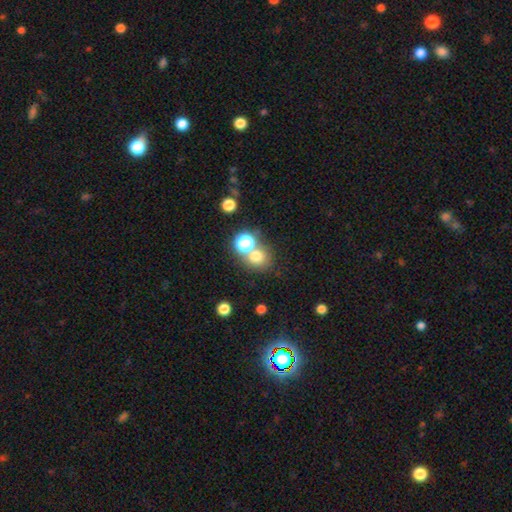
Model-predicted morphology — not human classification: A smooth galaxy with no disk features (71%) that is round (84%). Merging: none (59%).